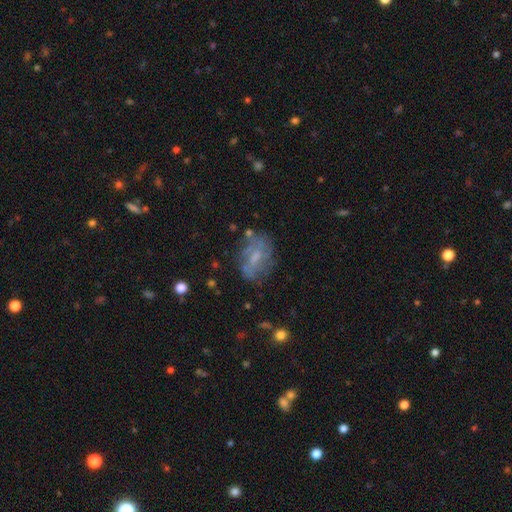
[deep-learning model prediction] This is possibly a featured or disk galaxy (53%). It is clearly not viewed edge-on (96%). Bar: possibly no (49%). Spiral arm pattern: possibly no (50%, tied with yes). Central bulge: marginally small (37%). Merging: possibly none (55%).